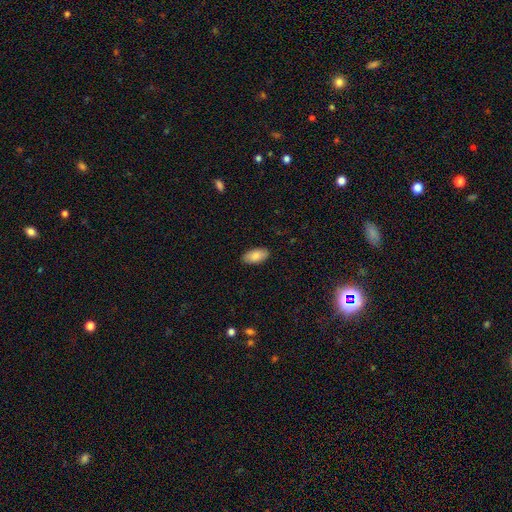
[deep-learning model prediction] A smooth galaxy with no disk features (86%) that is in between round and cigar-shaped (94%). Merging: none (88%).